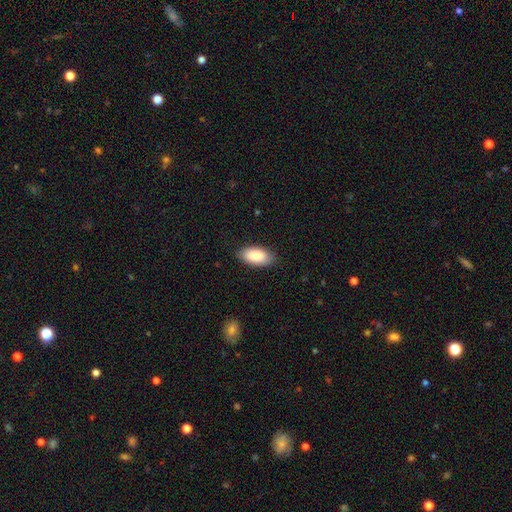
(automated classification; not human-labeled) Q: Smooth or featured?
A: smooth (88%); runner-up: featured or disk (6%)
Q: How rounded?
A: in between (93%); runner-up: cigar-shaped (5%)
Q: Merging?
A: none (86%); runner-up: minor disturbance (11%)